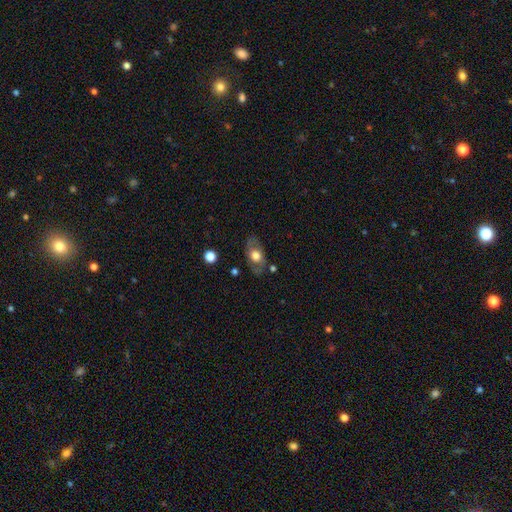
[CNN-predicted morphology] smooth-or-featured: smooth: 51% | featured or disk: 42% | star or artifact: 7%
  how-rounded: in between: 80% | round: 17% | cigar-shaped: 3%
  merging: none: 74% | minor disturbance: 17% | major disturbance: 7% | merger: 2%